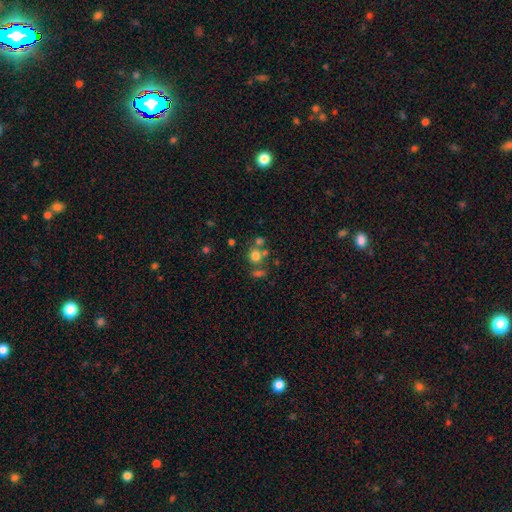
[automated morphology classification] A smooth galaxy with no disk features (69%) that is round (83%). Merging: none (53%).